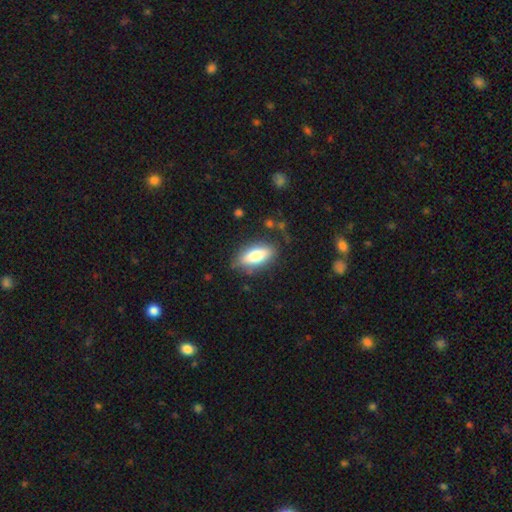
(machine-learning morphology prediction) This appears to be a smooth galaxy with no disk features (73%) that is in between round and cigar-shaped (78%). Merging: none (81%).